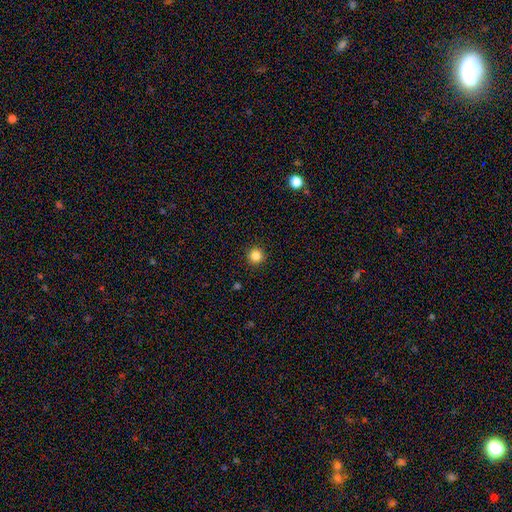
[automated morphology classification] This is clearly a smooth galaxy (84%). How rounded: clearly round (96%). Merging: clearly none (93%).